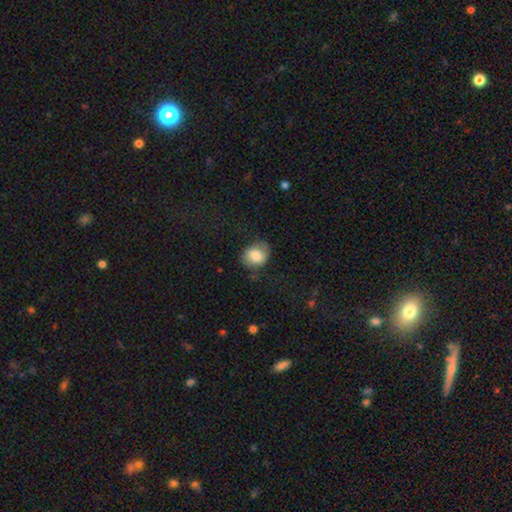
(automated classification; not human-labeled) Smooth or featured: smooth — 76% (featured or disk — 16%)
How rounded: round — 51% (in between — 48%)
Merging: none — 62% (minor disturbance — 24%)